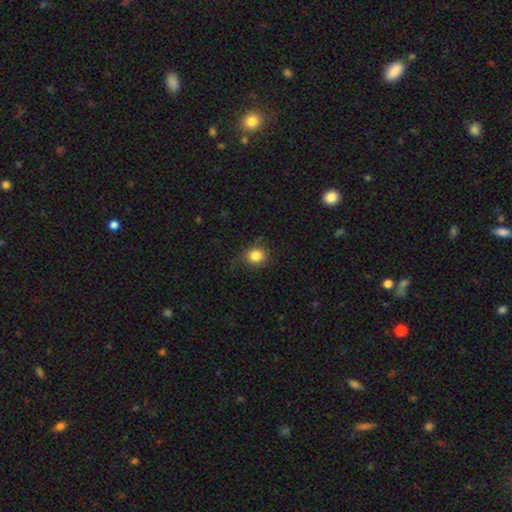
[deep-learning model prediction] Smooth or featured? smooth (84%)
How rounded? round (81%)
Merging? none (75%)